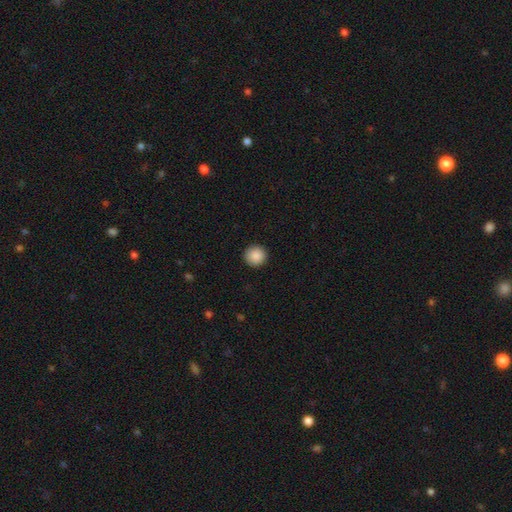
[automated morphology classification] A smooth galaxy with no disk features (89%) that is round (95%).

Vote fractions:
- Smooth or featured? smooth: 89% / star or artifact: 8% / featured or disk: 3%
- How rounded? round: 95% / in between: 4% / cigar-shaped: 1%
- Merging? none: 93% / minor disturbance: 5% / major disturbance: 2% / merger: 1%